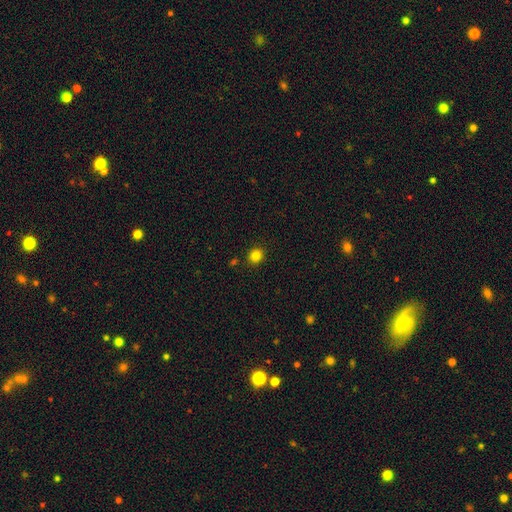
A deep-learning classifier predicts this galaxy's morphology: A smooth galaxy with no disk features (83%) that is round (80%). Merging: none (89%).